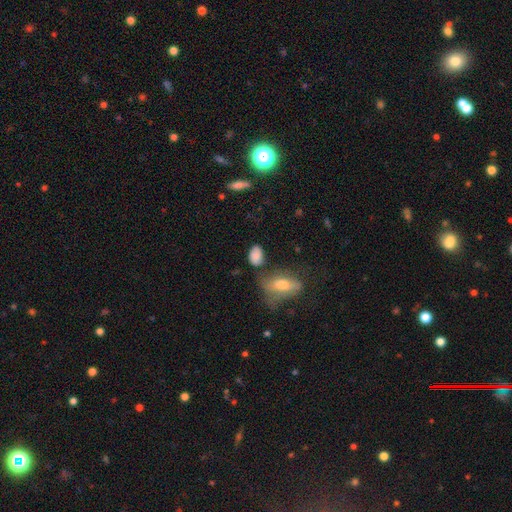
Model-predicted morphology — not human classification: smooth_or_featured: smooth (p=0.82) [alt: star or artifact p=0.09]
how_rounded: in between (p=0.88) [alt: round p=0.10]
merging: none (p=0.60) [alt: minor disturbance p=0.22]